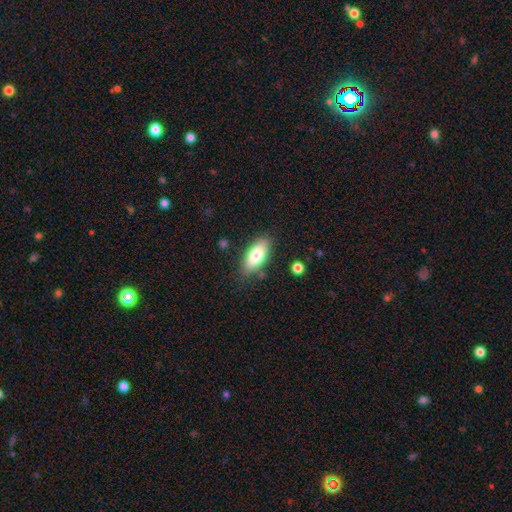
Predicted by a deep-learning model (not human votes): Q: Smooth or featured?
A: smooth (77%); runner-up: featured or disk (16%)
Q: How rounded?
A: in between (84%); runner-up: cigar-shaped (14%)
Q: Merging?
A: none (82%); runner-up: minor disturbance (13%)